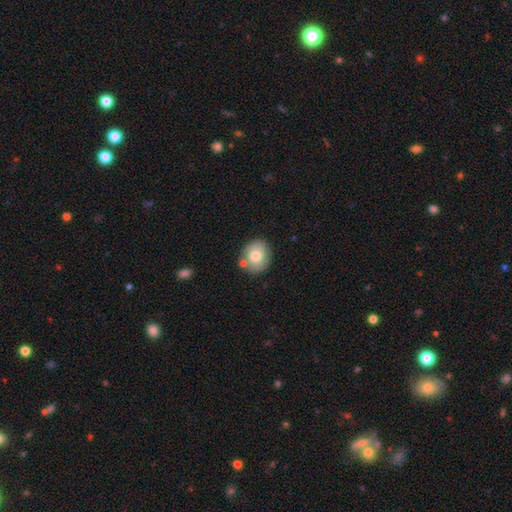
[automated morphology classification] A smooth galaxy with no disk features (75%) that is round (69%).

Vote fractions:
- Smooth or featured? smooth: 75% / featured or disk: 17% / star or artifact: 8%
- How rounded? round: 69% / in between: 30% / cigar-shaped: 1%
- Merging? none: 73% / minor disturbance: 13% / merger: 10% / major disturbance: 3%